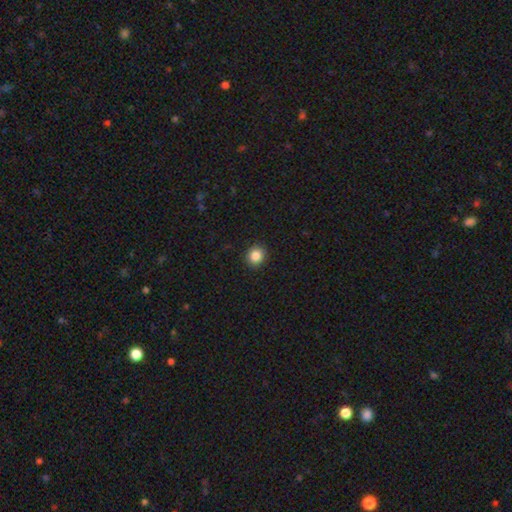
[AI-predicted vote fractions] A smooth galaxy with no disk features (86%) that is round (84%). Merging: none (91%).